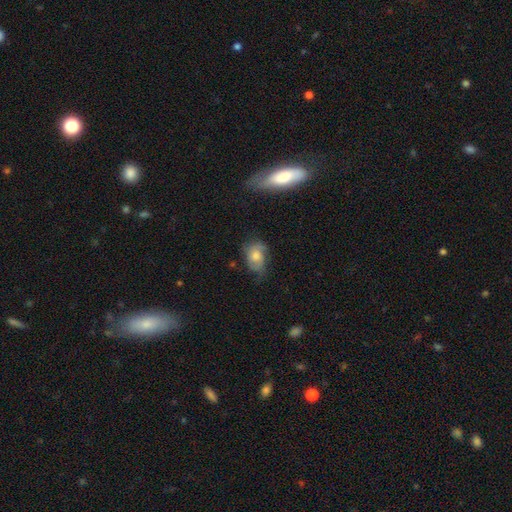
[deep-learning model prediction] This appears to be a smooth galaxy with no disk features (51%) that is in between round and cigar-shaped (75%). Merging: none (51%).